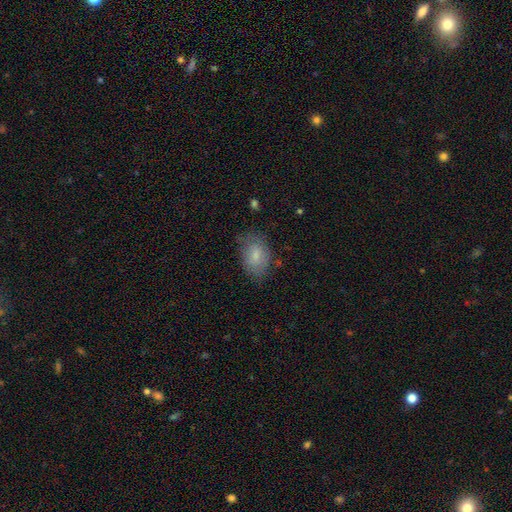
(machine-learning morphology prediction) Overall: smooth (77%). How rounded: in between (87%). Merging: none (70%).